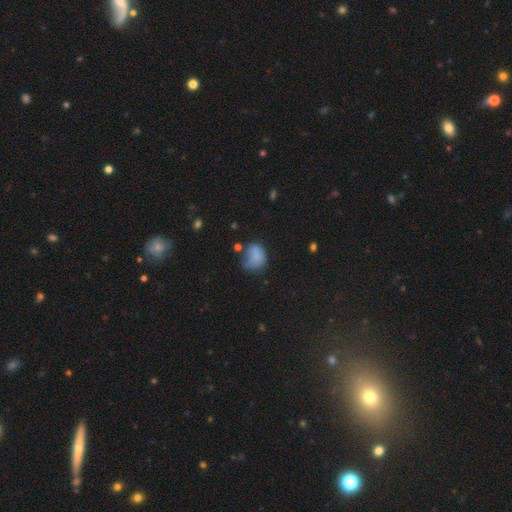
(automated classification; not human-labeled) Smooth or featured? smooth (77%)
How rounded? in between (55%)
Merging? none (36%)